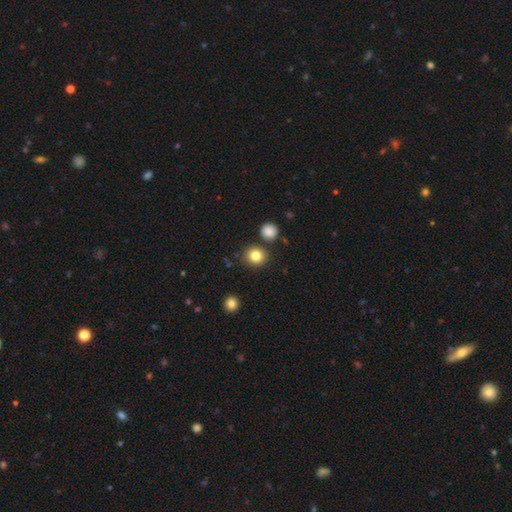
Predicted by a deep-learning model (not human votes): smooth-or-featured: smooth: 83% | star or artifact: 11% | featured or disk: 6%
  how-rounded: round: 87% | in between: 12% | cigar-shaped: 1%
  merging: none: 84% | minor disturbance: 7% | merger: 7% | major disturbance: 2%